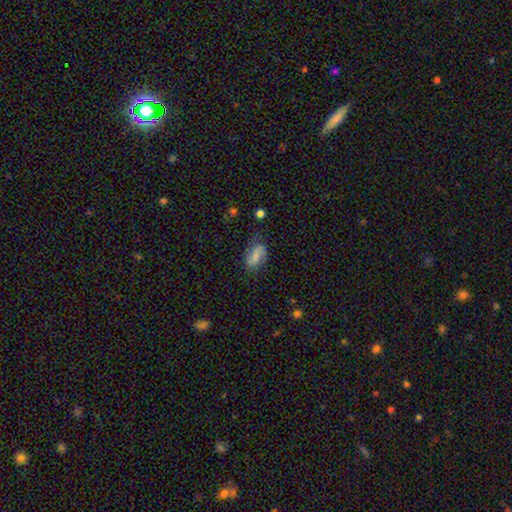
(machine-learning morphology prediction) This is possibly a smooth galaxy (52%). How rounded: clearly in between (89%). Merging: likely none (65%).